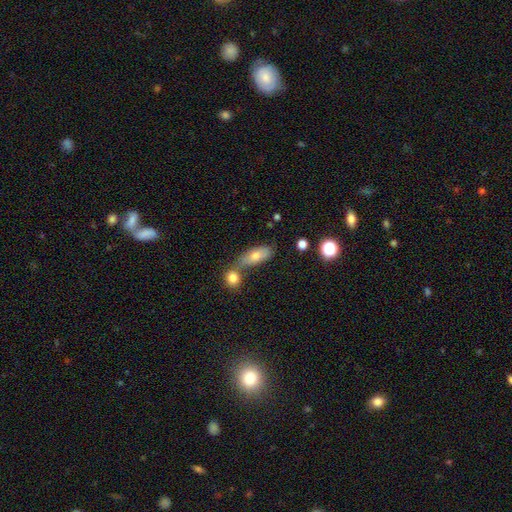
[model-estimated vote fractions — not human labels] Smooth or featured?
  - smooth: 70% *
  - featured or disk: 21%
  - star or artifact: 9%
How rounded?
  - in between: 76% *
  - cigar-shaped: 19%
  - round: 6%
Merging?
  - none: 45% *
  - merger: 36%
  - minor disturbance: 14%
  - major disturbance: 6%